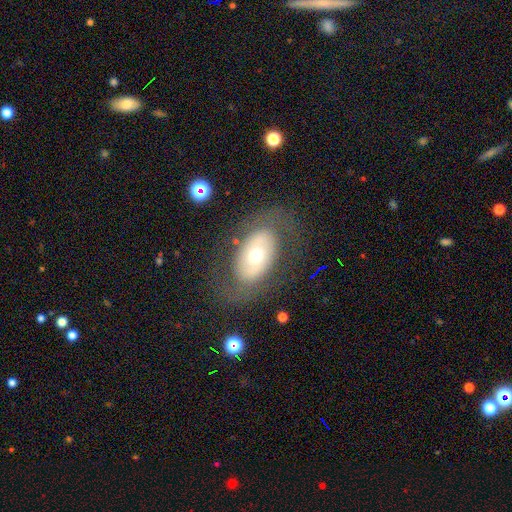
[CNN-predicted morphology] Q: Smooth or featured?
A: featured or disk (50%); runner-up: smooth (42%)
Q: Edge-on disk?
A: no (90%); runner-up: yes (10%)
Q: Merging?
A: none (74%); runner-up: minor disturbance (13%)